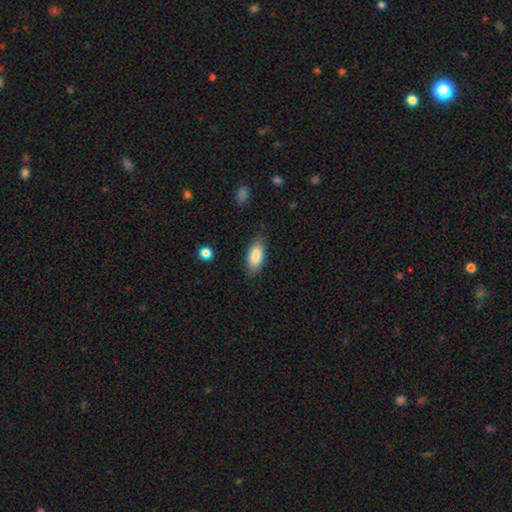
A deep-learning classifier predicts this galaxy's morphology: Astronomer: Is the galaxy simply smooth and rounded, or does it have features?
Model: smooth — 86%.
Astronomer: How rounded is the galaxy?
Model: in between — 87%.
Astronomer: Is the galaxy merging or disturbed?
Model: none — 81%.